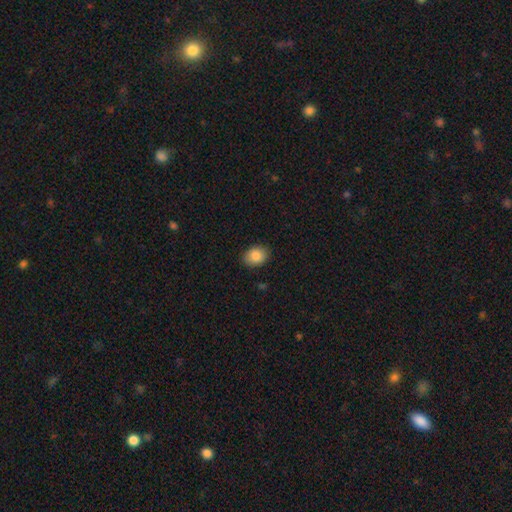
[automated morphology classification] A smooth galaxy with no disk features (87%) that is in between round and cigar-shaped (58%).

Vote fractions:
- Smooth or featured? smooth: 87% / star or artifact: 8% / featured or disk: 5%
- How rounded? in between: 58% / round: 42% / cigar-shaped: 1%
- Merging? none: 87% / minor disturbance: 10% / major disturbance: 2% / merger: 1%